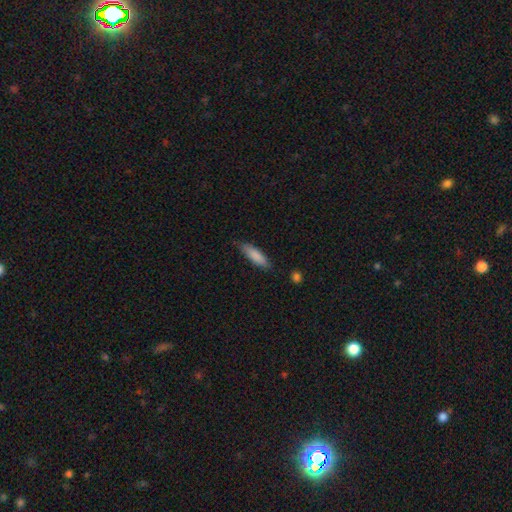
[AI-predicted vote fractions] This is clearly a smooth galaxy (85%). How rounded: possibly cigar-shaped (55%). Merging: clearly none (81%).